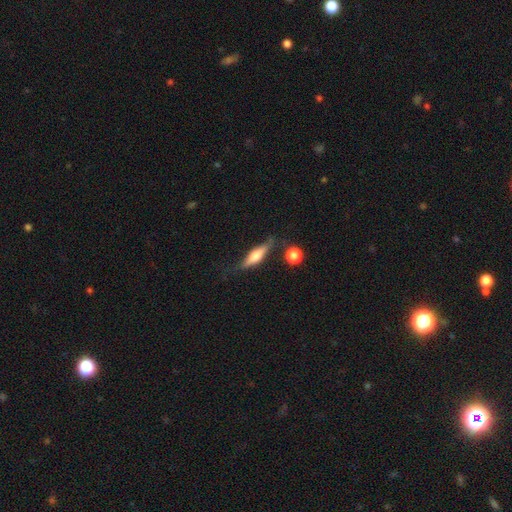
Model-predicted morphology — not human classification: A featured or disk galaxy (52%) viewed edge-on (93%). Merging: none (67%).